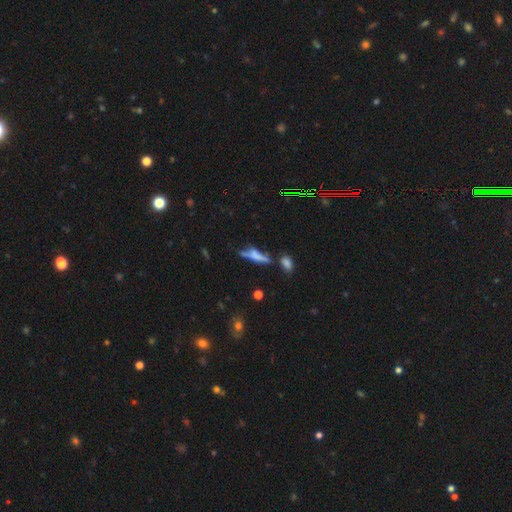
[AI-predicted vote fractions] Smooth or featured?
  - smooth: 46% *
  - featured or disk: 43%
  - star or artifact: 11%
Merging?
  - none: 50% *
  - minor disturbance: 20%
  - merger: 20%
  - major disturbance: 10%